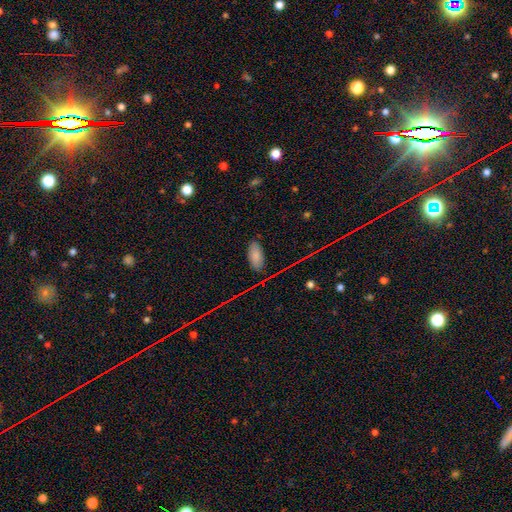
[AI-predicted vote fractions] Smooth or featured? Predicted: smooth (p=0.78). How rounded? Predicted: in between (p=0.91). Merging? Predicted: none (p=0.81).